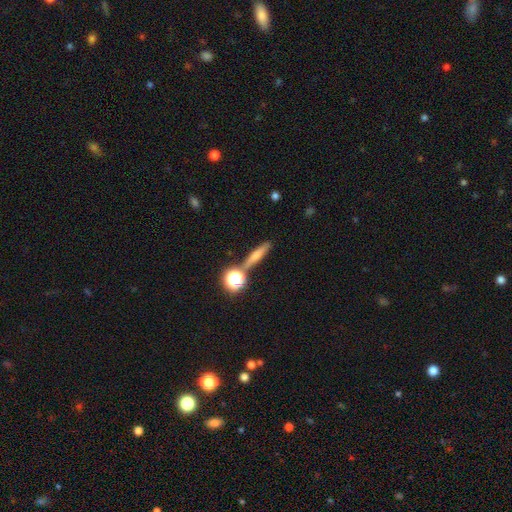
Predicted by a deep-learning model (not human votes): Smooth or featured? Predicted: smooth (p=0.56). How rounded? Predicted: cigar-shaped (p=0.69). Merging? Predicted: none (p=0.76).